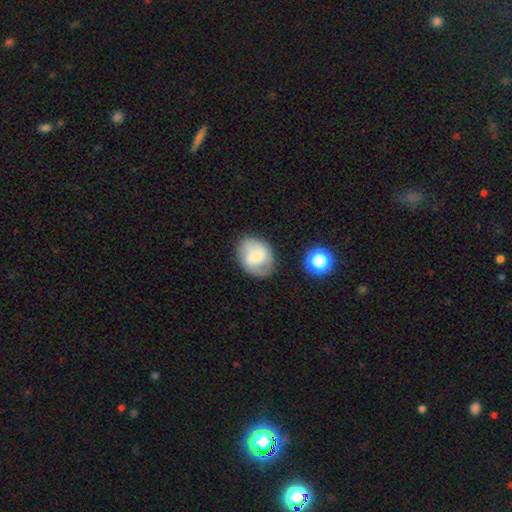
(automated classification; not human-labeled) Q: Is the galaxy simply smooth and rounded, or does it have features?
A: smooth — 48%.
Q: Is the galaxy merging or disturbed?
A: none — 69%.